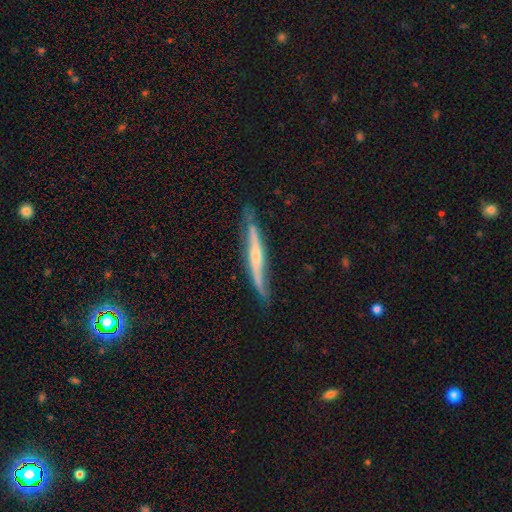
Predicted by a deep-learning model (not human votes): Q: Smooth or featured?
A: featured or disk (71%); runner-up: smooth (21%)
Q: Edge-on disk?
A: yes (91%); runner-up: no (9%)
Q: Edge-on bulge?
A: rounded (56%); runner-up: none (34%)
Q: Merging?
A: none (76%); runner-up: minor disturbance (19%)